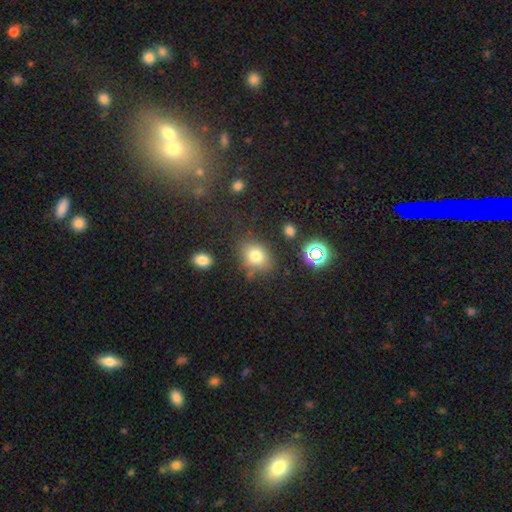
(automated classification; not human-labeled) This is likely a smooth galaxy (76%). How rounded: possibly in between (59%). Merging: likely none (74%).